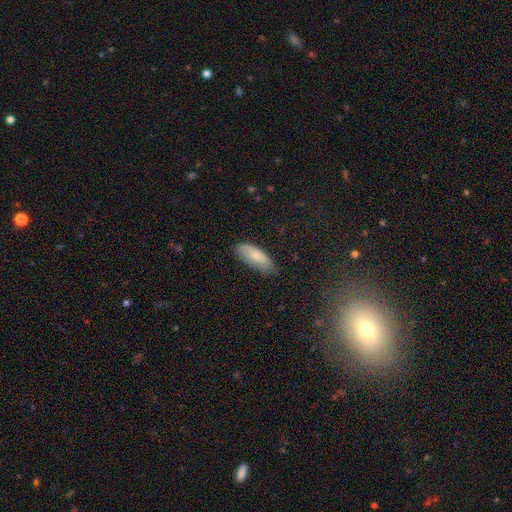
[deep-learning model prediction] A smooth galaxy with no disk features (82%) that is in between round and cigar-shaped (74%).

Vote fractions:
- Smooth or featured? smooth: 82% / featured or disk: 12% / star or artifact: 7%
- How rounded? in between: 74% / cigar-shaped: 25% / round: 2%
- Merging? none: 74% / minor disturbance: 21% / major disturbance: 4% / merger: 1%